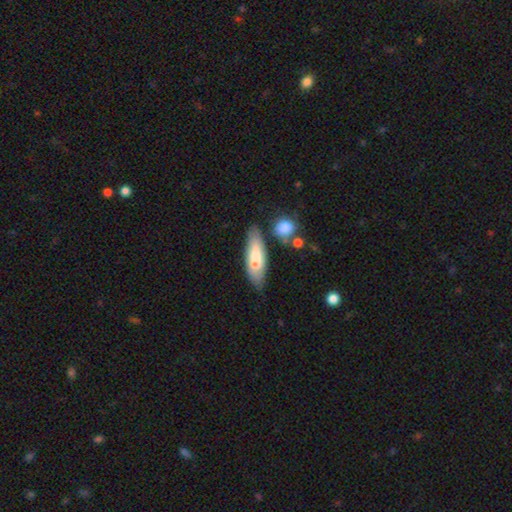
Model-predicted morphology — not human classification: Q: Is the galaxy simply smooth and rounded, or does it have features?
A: smooth — 66%.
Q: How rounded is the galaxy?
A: in between — 56%.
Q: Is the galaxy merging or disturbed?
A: none — 60%.